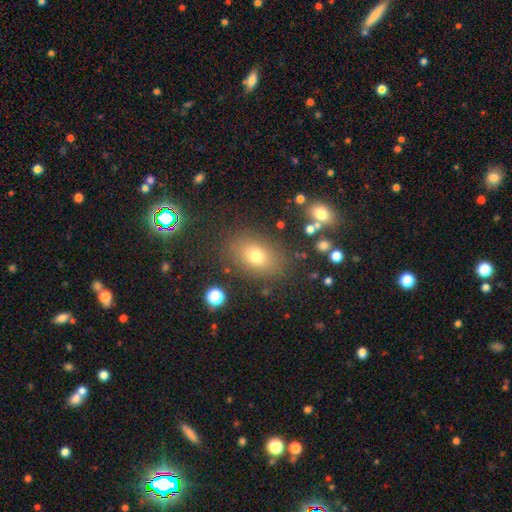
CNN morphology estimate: A smooth galaxy with no disk features (73%) that is in between round and cigar-shaped (75%).

Vote fractions:
- Smooth or featured? smooth: 73% / star or artifact: 14% / featured or disk: 12%
- How rounded? in between: 75% / round: 24% / cigar-shaped: 2%
- Merging? none: 81% / minor disturbance: 11% / major disturbance: 5% / merger: 3%